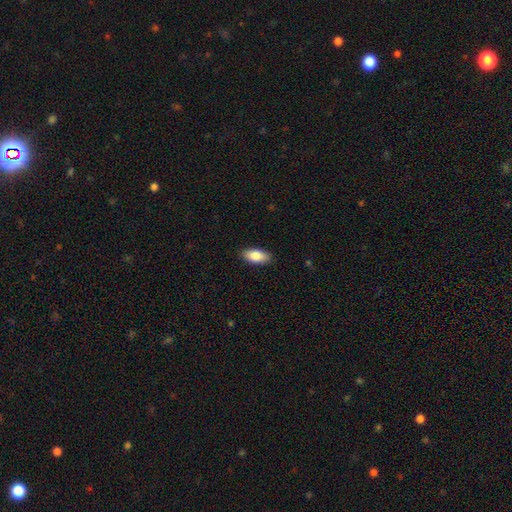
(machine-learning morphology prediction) A smooth galaxy with no disk features (86%) that is in between round and cigar-shaped (89%). Merging: none (88%).